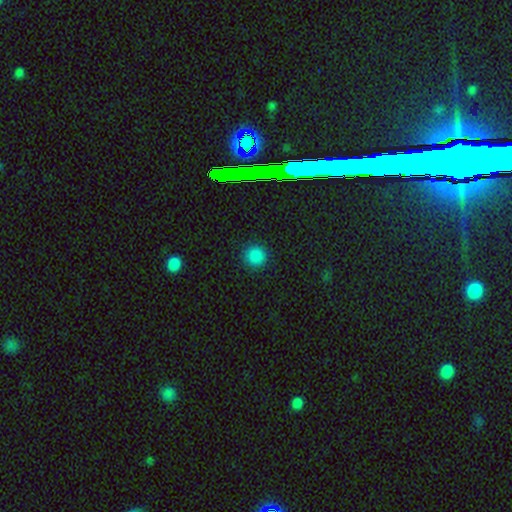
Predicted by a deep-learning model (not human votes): Q: Smooth or featured?
A: smooth (85%); runner-up: star or artifact (13%)
Q: How rounded?
A: round (92%); runner-up: in between (7%)
Q: Merging?
A: none (91%); runner-up: minor disturbance (6%)